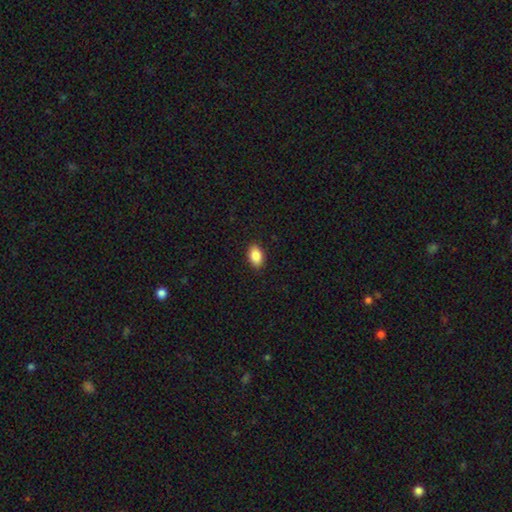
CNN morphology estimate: smooth_or_featured: smooth (p=0.87) [alt: star or artifact p=0.07]
how_rounded: in between (p=0.90) [alt: round p=0.08]
merging: none (p=0.89) [alt: minor disturbance p=0.08]